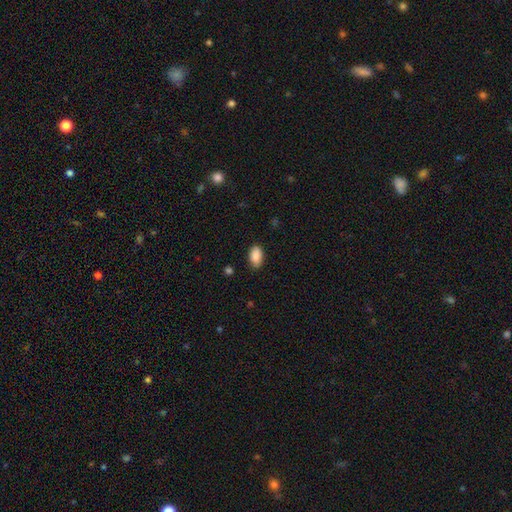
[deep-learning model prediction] Smooth or featured? smooth (89%)
How rounded? in between (93%)
Merging? none (84%)